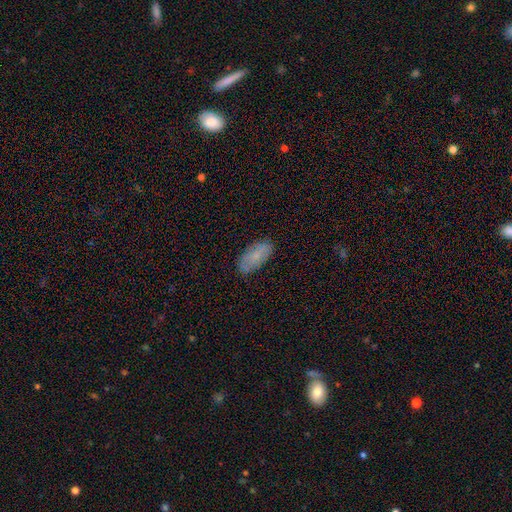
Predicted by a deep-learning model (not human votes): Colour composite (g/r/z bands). It shows a smooth galaxy with no disk features (76%) that is in between round and cigar-shaped (91%). Merging: none (83%).